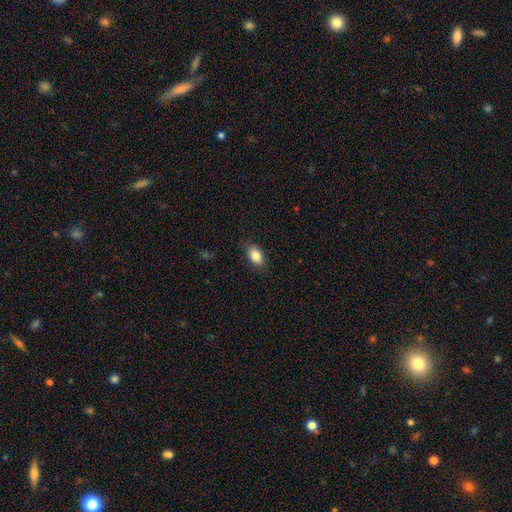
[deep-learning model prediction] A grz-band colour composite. It shows a smooth galaxy with no disk features (85%) that is in between round and cigar-shaped (90%). Merging: none (86%).